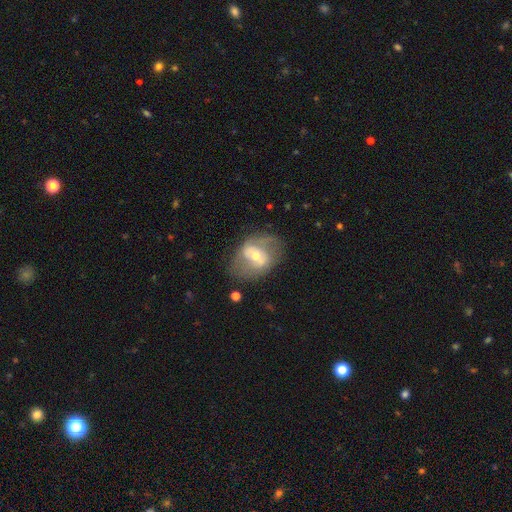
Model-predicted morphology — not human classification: This appears to be a featured or disk galaxy (63%) with a weak bar (37%), spiral arms (52%) and a moderate central bulge (58%). Merging: none (58%).